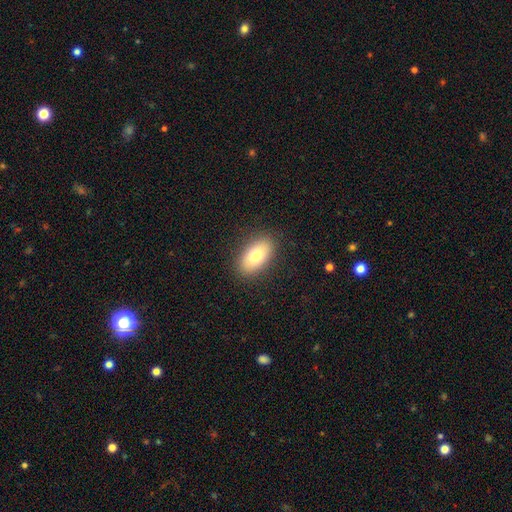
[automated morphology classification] Overall: smooth (80%). How rounded: in between (91%). Merging: none (88%).